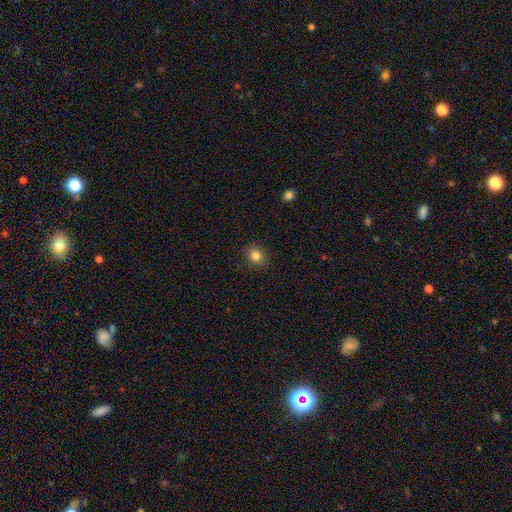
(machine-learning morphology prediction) Smooth or featured? Predicted: smooth (p=0.83). How rounded? Predicted: round (p=0.81). Merging? Predicted: none (p=0.89).